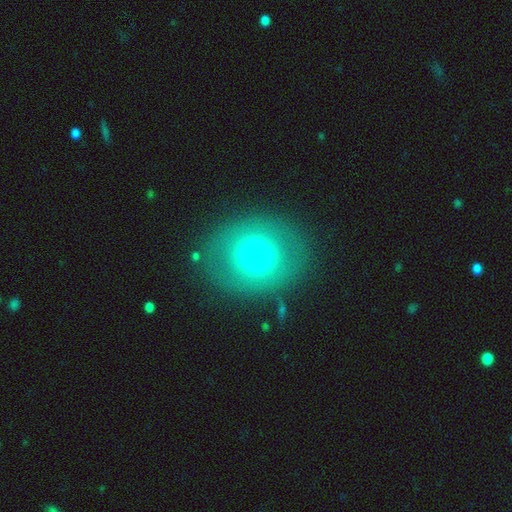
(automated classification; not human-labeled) smooth 57%, featured or disk 33%, star or artifact 10%. Down the decision tree: how rounded — round (59%); merging — none (80%).